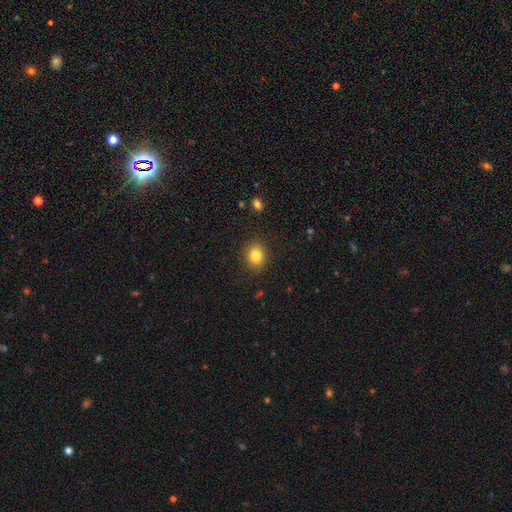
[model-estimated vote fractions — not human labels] This is clearly a smooth galaxy (83%). How rounded: likely round (65%). Merging: clearly none (88%).